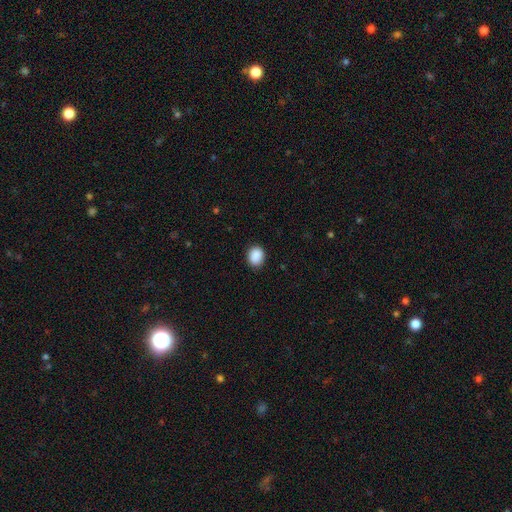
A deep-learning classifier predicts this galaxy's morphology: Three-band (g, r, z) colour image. It shows a smooth galaxy with no disk features (89%) that is round (54%). Merging: none (88%).